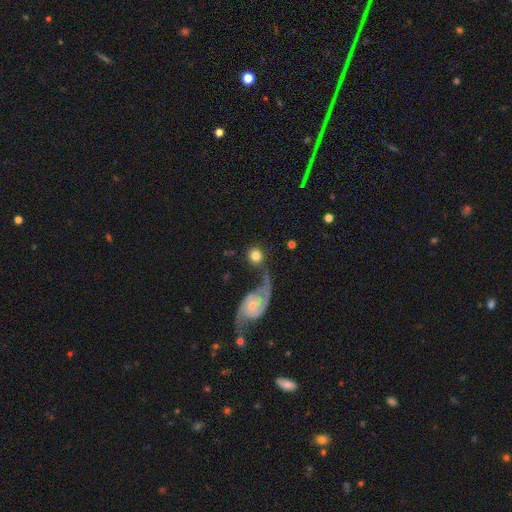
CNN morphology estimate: smooth 72%, featured or disk 21%, star or artifact 7%. Down the decision tree: how rounded — round (90%); merging — none (59%).